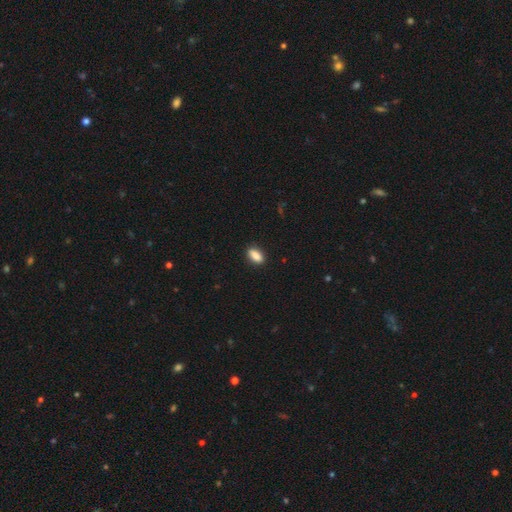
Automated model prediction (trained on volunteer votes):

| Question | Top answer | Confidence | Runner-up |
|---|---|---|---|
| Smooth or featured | smooth | 87% | star or artifact (8%) |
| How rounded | in between | 86% | cigar-shaped (8%) |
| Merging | none | 88% | minor disturbance (9%) |